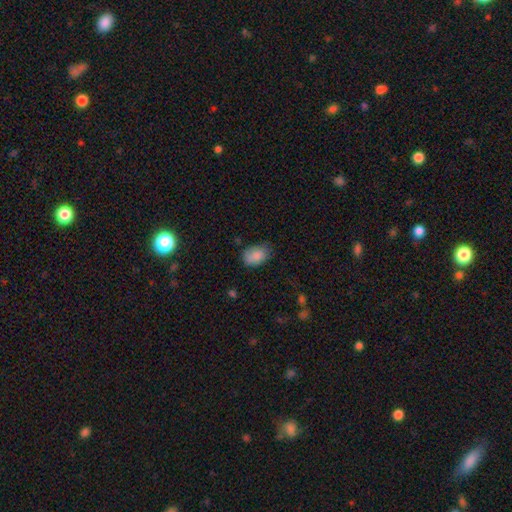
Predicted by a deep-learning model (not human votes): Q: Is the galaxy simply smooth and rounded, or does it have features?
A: smooth — 87%.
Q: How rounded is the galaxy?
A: in between — 85%.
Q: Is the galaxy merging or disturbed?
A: none — 62%.